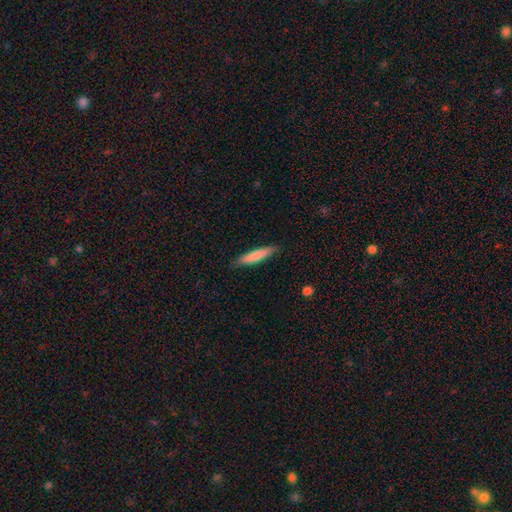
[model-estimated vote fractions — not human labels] A smooth galaxy with no disk features (80%) that is cigar-shaped (88%). Merging: none (86%).